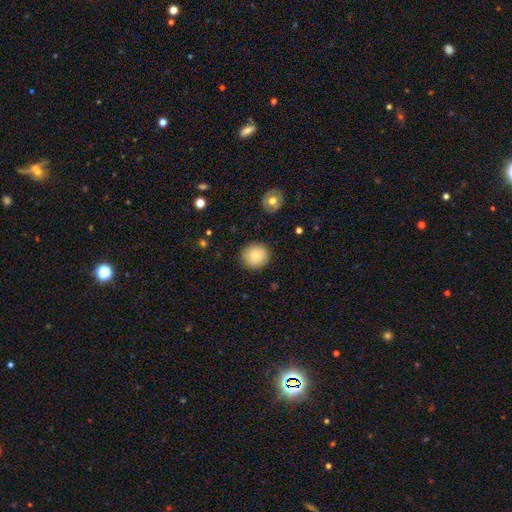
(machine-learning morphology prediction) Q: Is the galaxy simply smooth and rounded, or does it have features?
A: smooth — 82%.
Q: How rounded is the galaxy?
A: round — 92%.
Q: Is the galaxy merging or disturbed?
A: none — 89%.